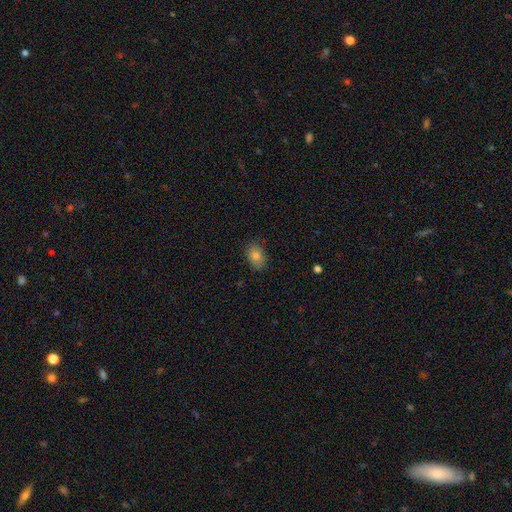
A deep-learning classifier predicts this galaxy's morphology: Overall: smooth (81%). How rounded: in between (78%). Merging: none (82%).